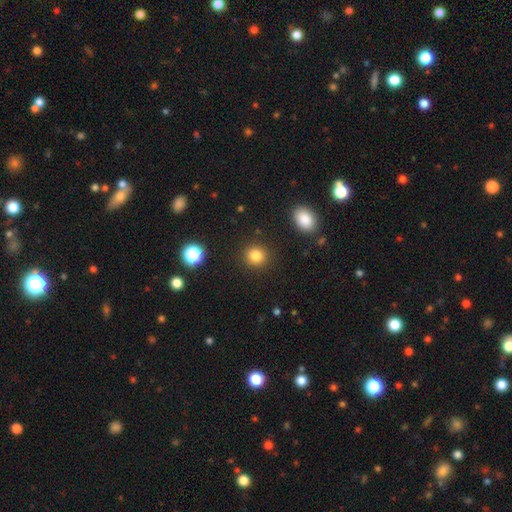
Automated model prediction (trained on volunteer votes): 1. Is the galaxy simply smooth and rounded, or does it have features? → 83% smooth, 12% star or artifact, 5% featured or disk.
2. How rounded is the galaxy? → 88% round, 11% in between, 1% cigar-shaped.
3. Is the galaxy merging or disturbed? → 90% none, 6% minor disturbance, 3% major disturbance, 2% merger.